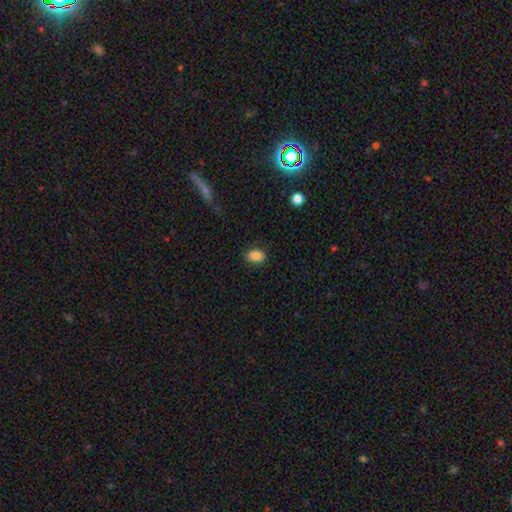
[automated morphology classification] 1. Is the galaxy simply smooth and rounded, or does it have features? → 87% smooth, 9% star or artifact, 4% featured or disk.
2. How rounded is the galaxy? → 74% in between, 25% round, 1% cigar-shaped.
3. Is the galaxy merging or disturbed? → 85% none, 11% minor disturbance, 3% major disturbance, 1% merger.